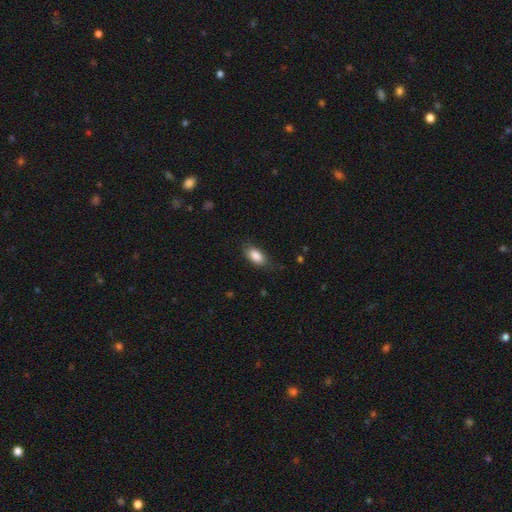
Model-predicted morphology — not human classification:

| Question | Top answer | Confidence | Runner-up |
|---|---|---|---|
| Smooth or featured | smooth | 87% | star or artifact (7%) |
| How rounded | in between | 90% | cigar-shaped (6%) |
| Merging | none | 78% | minor disturbance (17%) |